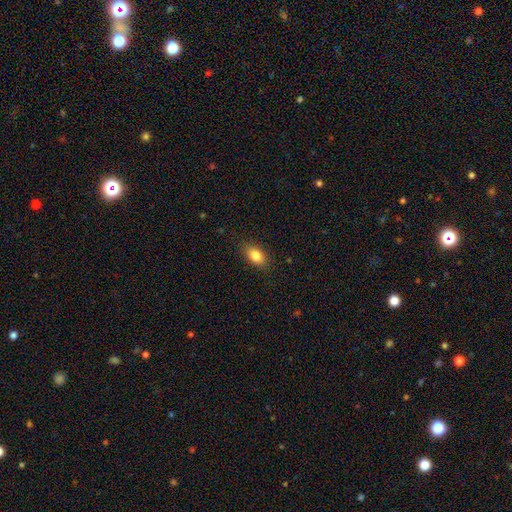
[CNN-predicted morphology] smooth 83%, featured or disk 8%, star or artifact 8%. Down the decision tree: how rounded — in between (87%); merging — none (86%).